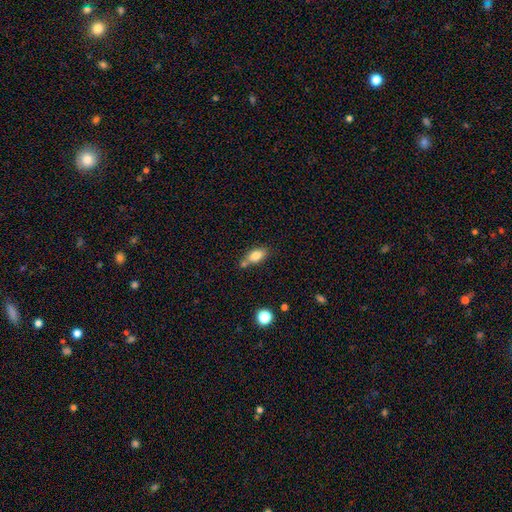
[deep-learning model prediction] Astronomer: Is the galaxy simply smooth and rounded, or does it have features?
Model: smooth — 80%.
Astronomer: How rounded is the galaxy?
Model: in between — 85%.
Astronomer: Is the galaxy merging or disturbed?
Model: none — 52%.